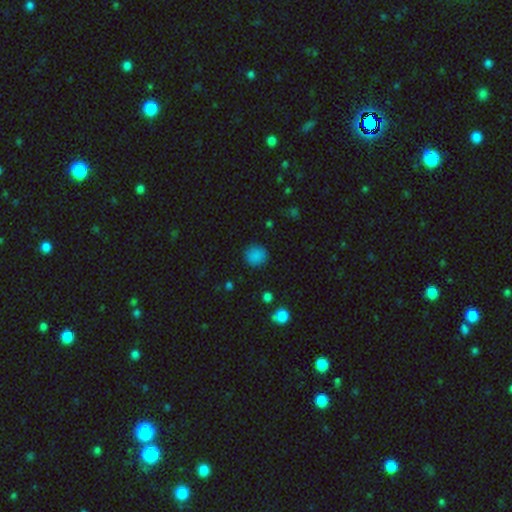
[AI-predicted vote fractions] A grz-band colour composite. It shows a smooth galaxy with no disk features (85%) that is round (91%). Merging: none (88%).